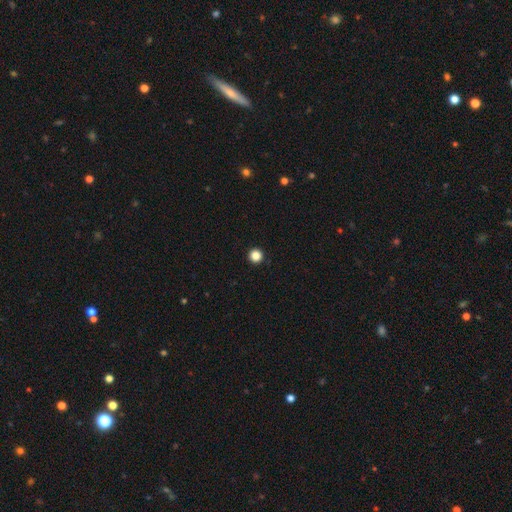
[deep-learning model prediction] The model was most divided on "smooth or featured": smooth: 86%, star or artifact: 11%, featured or disk: 3%. More confident: how rounded — round (97%); merging — none (94%).